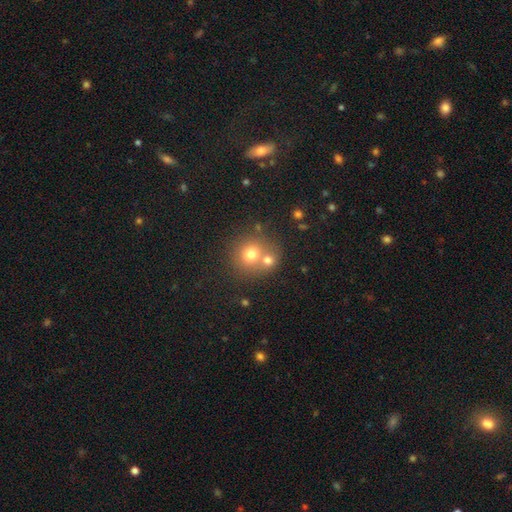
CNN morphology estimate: Smooth or featured?
  - smooth: 67% *
  - star or artifact: 18%
  - featured or disk: 16%
How rounded?
  - round: 86% *
  - in between: 13%
  - cigar-shaped: 1%
Merging?
  - none: 48% *
  - merger: 42%
  - minor disturbance: 7%
  - major disturbance: 3%